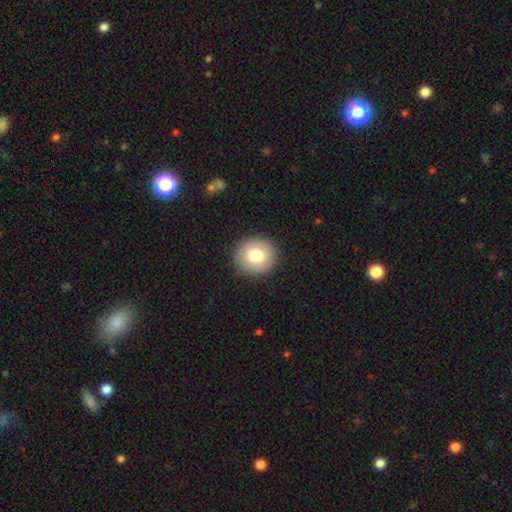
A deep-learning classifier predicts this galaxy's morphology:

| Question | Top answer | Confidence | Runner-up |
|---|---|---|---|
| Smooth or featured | smooth | 77% | featured or disk (15%) |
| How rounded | round | 88% | in between (11%) |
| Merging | none | 90% | minor disturbance (7%) |